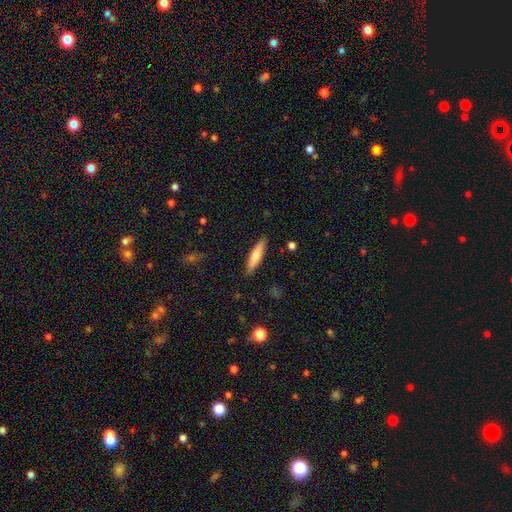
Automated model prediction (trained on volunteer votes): The model was most divided on "smooth or featured": smooth: 67%, featured or disk: 27%, star or artifact: 6%. More confident: merging — none (88%); how rounded — cigar-shaped (77%).